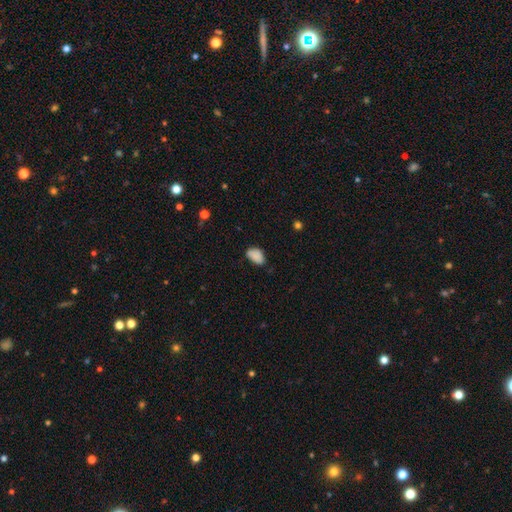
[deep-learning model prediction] A smooth galaxy with no disk features (87%) that is in between round and cigar-shaped (89%).

Vote fractions:
- Smooth or featured? smooth: 87% / star or artifact: 9% / featured or disk: 4%
- How rounded? in between: 89% / round: 9% / cigar-shaped: 1%
- Merging? none: 65% / minor disturbance: 28% / major disturbance: 5% / merger: 2%